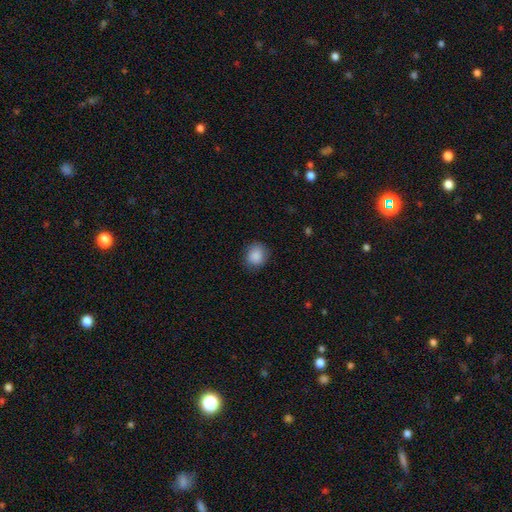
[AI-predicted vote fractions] The model was most divided on "how rounded": round: 76%, in between: 23%, cigar-shaped: 1%. More confident: smooth or featured — smooth (88%); merging — none (83%).